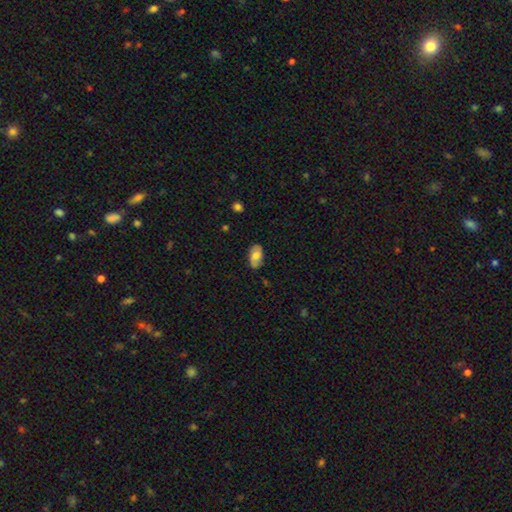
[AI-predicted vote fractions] smooth-or-featured: smooth: 56% | featured or disk: 37% | star or artifact: 7%
  how-rounded: in between: 92% | round: 6% | cigar-shaped: 2%
  merging: none: 80% | minor disturbance: 15% | major disturbance: 3% | merger: 1%